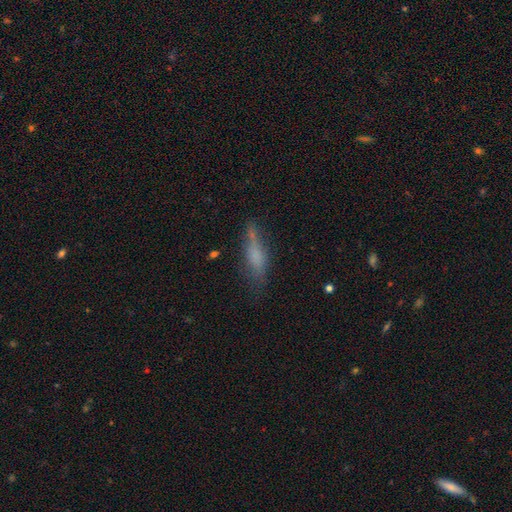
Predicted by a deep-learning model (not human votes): smooth-or-featured: smooth: 60% | featured or disk: 31% | star or artifact: 10%
  how-rounded: cigar-shaped: 62% | in between: 35% | round: 3%
  merging: none: 55% | minor disturbance: 28% | major disturbance: 12% | merger: 4%